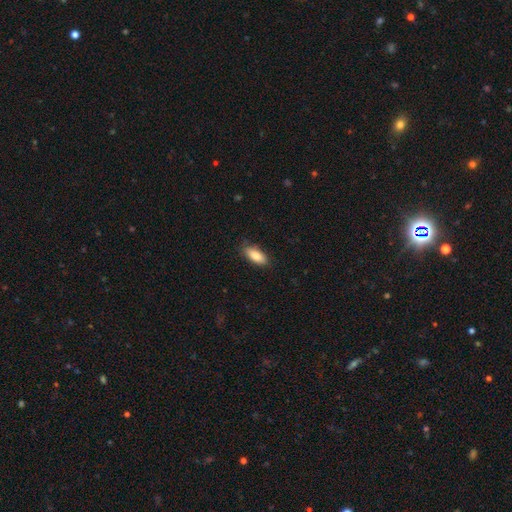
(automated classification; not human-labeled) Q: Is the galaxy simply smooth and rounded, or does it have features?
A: smooth — 85%.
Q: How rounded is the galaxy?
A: in between — 84%.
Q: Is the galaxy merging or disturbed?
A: none — 83%.